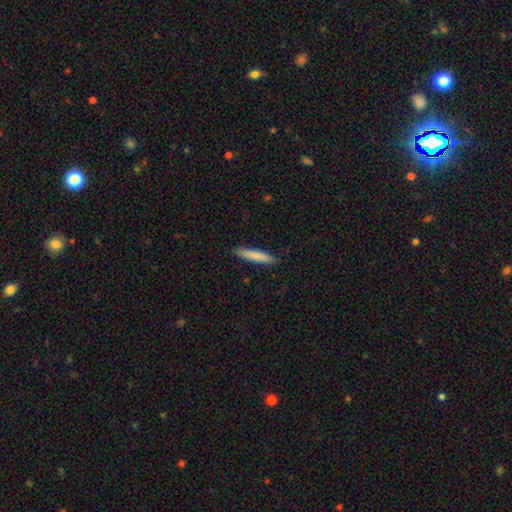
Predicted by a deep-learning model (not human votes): The model was most divided on "smooth or featured": smooth: 80%, featured or disk: 15%, star or artifact: 5%. More confident: how rounded — cigar-shaped (92%); merging — none (90%).